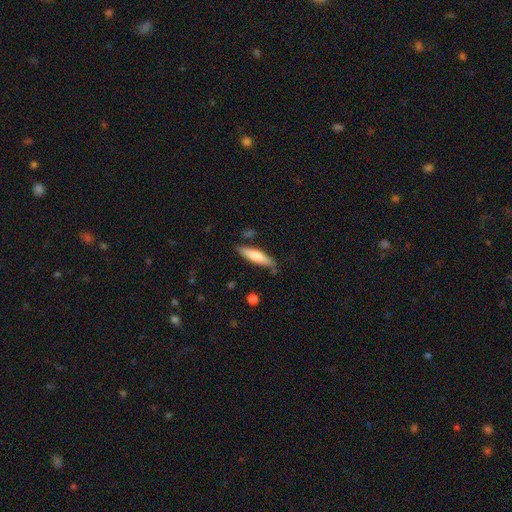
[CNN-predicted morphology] The model was most divided on "smooth or featured": smooth: 68%, featured or disk: 26%, star or artifact: 5%. More confident: merging — none (78%); how rounded — cigar-shaped (75%).